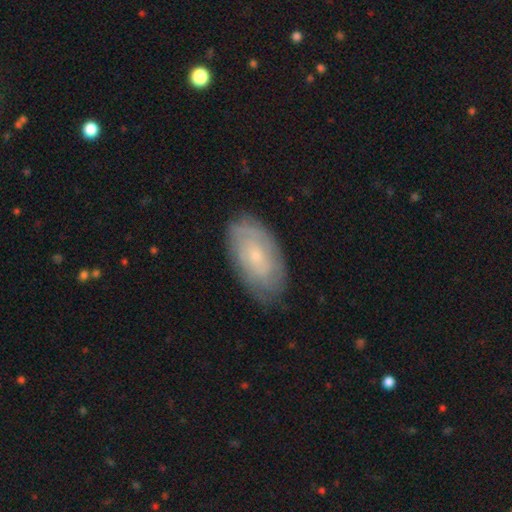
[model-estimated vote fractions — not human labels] Smooth or featured?
  - featured or disk: 55% *
  - smooth: 38%
  - star or artifact: 7%
Edge-on disk?
  - no: 92% *
  - yes: 8%
Bar?
  - no: 77% *
  - weak: 20%
  - strong: 3%
Spiral arms?
  - yes: 73% *
  - no: 27%
Bulge size?
  - small: 75% *
  - moderate: 20%
  - none: 3%
  - large: 1%
  - dominant: 1%
Merging?
  - none: 78% *
  - minor disturbance: 17%
  - major disturbance: 4%
  - merger: 1%